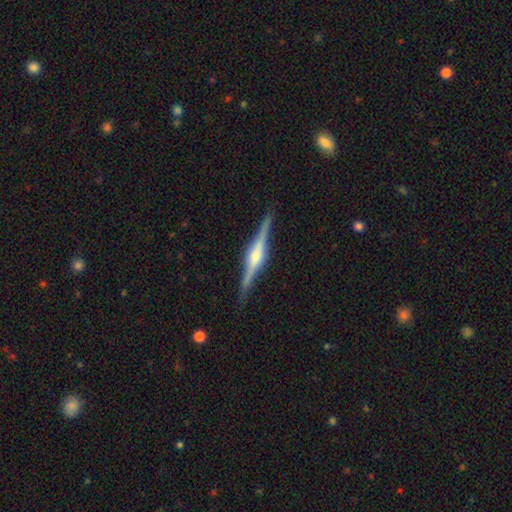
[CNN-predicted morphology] A featured or disk galaxy (87%) viewed edge-on (98%) with a rounded central bulge (73%). Merging: none (90%).